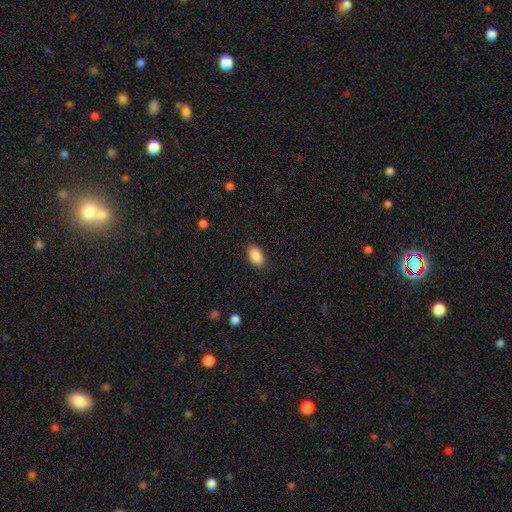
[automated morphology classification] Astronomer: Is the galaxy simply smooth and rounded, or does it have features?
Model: smooth — 89%.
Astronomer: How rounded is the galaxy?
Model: in between — 92%.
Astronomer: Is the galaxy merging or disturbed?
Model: none — 88%.